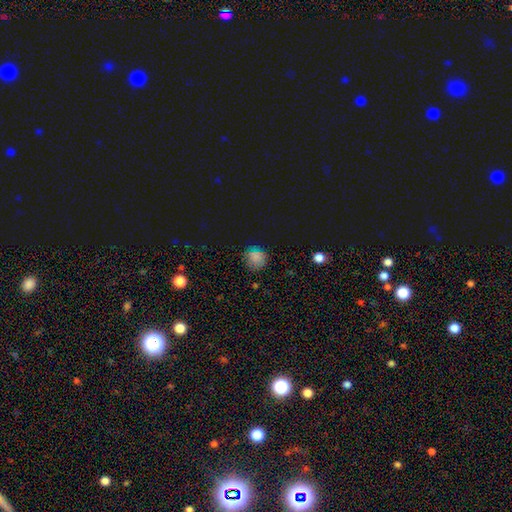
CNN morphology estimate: Q: Smooth or featured?
A: smooth (68%); runner-up: star or artifact (26%)
Q: How rounded?
A: round (86%); runner-up: in between (13%)
Q: Merging?
A: none (83%); runner-up: minor disturbance (12%)